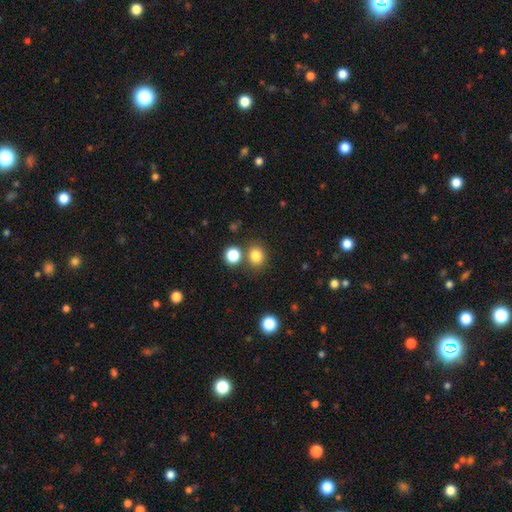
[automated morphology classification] smooth-or-featured: smooth: 81% | star or artifact: 14% | featured or disk: 6%
  how-rounded: round: 75% | in between: 24% | cigar-shaped: 1%
  merging: none: 74% | merger: 13% | minor disturbance: 9% | major disturbance: 3%